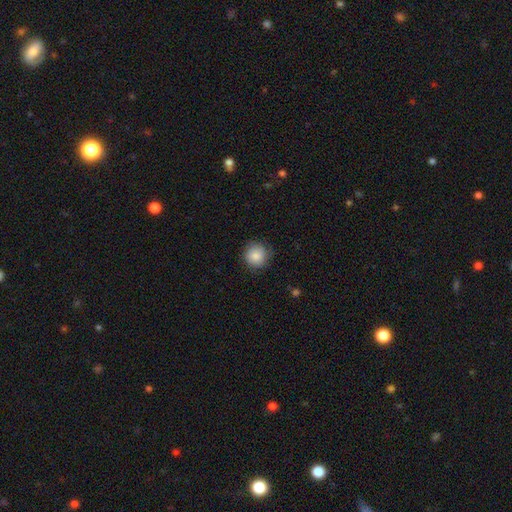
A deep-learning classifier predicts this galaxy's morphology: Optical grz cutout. It shows a smooth galaxy with no disk features (86%) that is round (94%). Merging: none (83%).